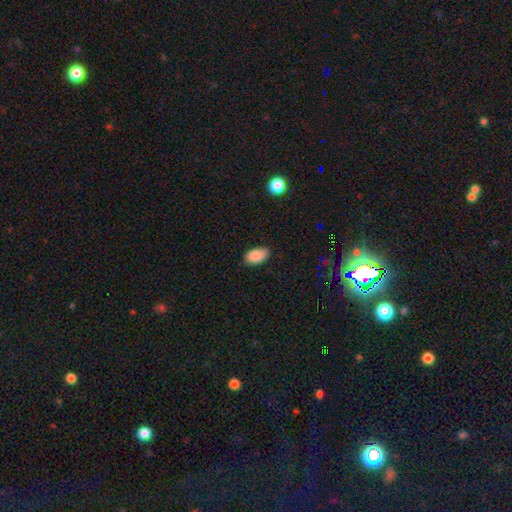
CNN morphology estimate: A smooth galaxy with no disk features (87%) that is in between round and cigar-shaped (93%). Merging: none (82%).